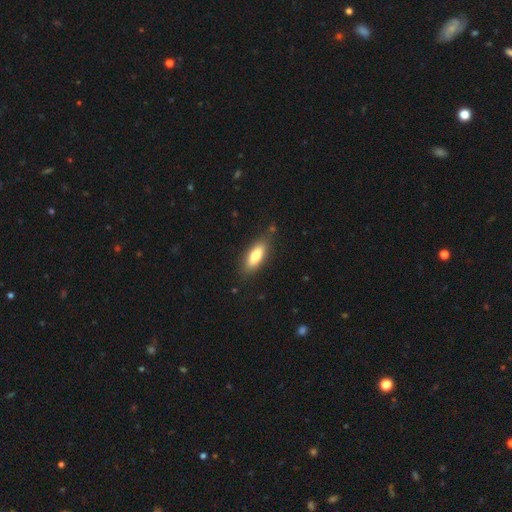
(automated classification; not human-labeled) Smooth or featured? smooth (75%)
How rounded? in between (69%)
Merging? none (82%)